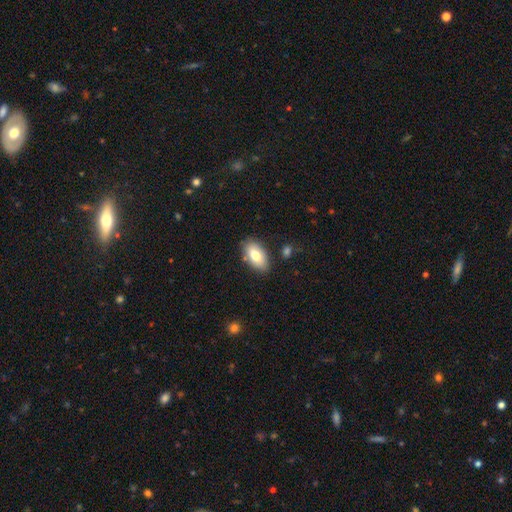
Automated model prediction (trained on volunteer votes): Morphology: type=smooth (77%); roundness=in between (93%); merging=none (82%).